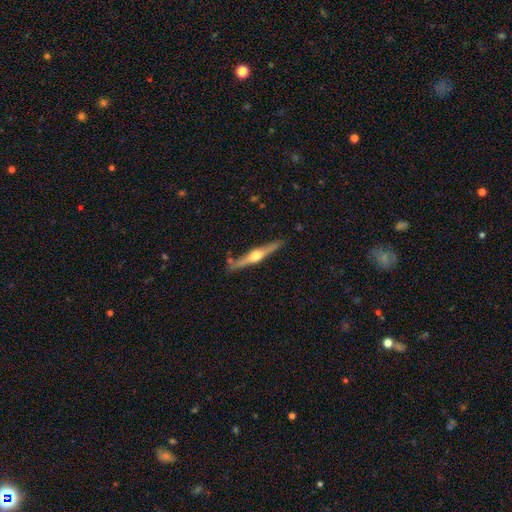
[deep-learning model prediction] This appears to be a featured or disk galaxy (75%) viewed edge-on (98%) with a rounded central bulge (94%). Merging: none (85%).